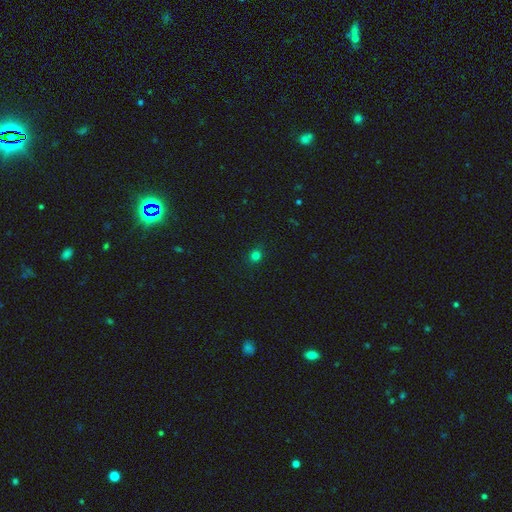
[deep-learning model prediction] smooth 77%, star or artifact 19%, featured or disk 4%. Down the decision tree: how rounded — round (83%); merging — none (87%).